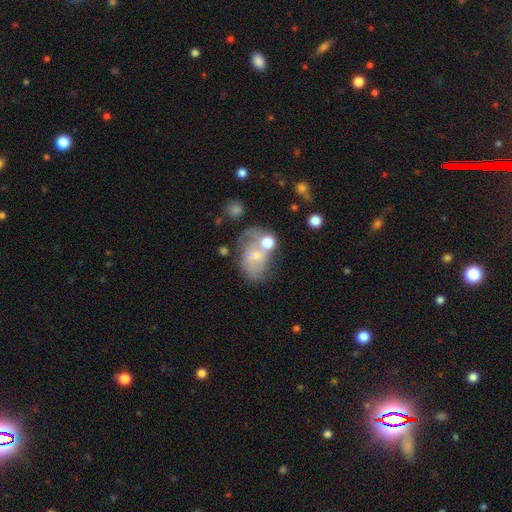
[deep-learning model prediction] Smooth or featured? featured or disk (47%)
Merging? merger (34%)